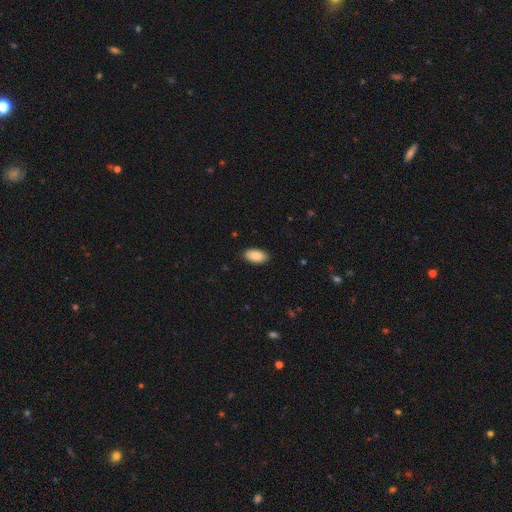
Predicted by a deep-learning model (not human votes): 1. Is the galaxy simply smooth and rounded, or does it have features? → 89% smooth, 6% star or artifact, 5% featured or disk.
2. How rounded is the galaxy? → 95% in between, 3% cigar-shaped, 2% round.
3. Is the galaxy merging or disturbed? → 88% none, 9% minor disturbance, 2% major disturbance, 1% merger.